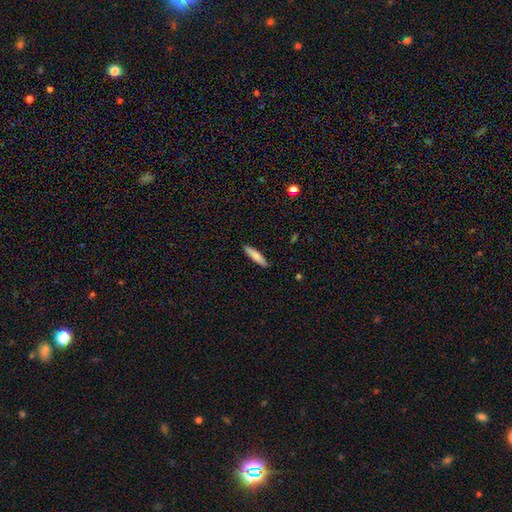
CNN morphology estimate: type=smooth (76%); roundness=cigar-shaped (86%); merging=none (88%).